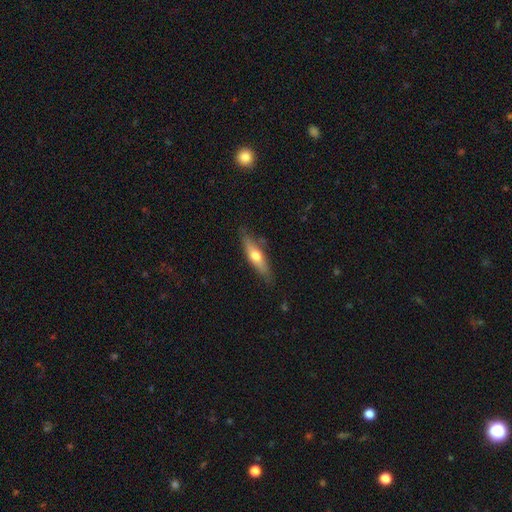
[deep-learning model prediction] Smooth or featured: smooth — 51% (featured or disk — 43%)
How rounded: cigar-shaped — 67% (in between — 31%)
Merging: none — 79% (minor disturbance — 16%)